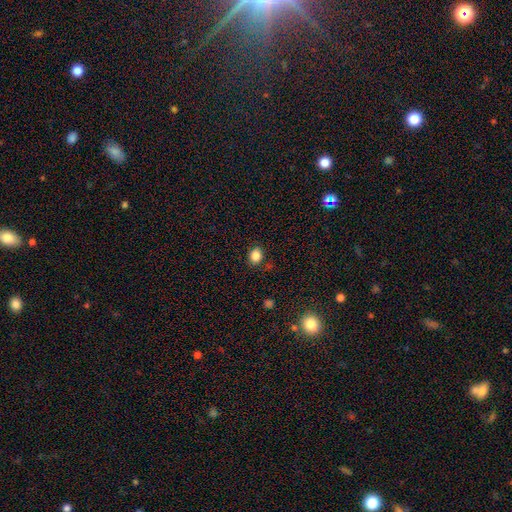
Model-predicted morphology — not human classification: This appears to be a smooth galaxy with no disk features (85%) that is round (50%). Merging: none (82%).